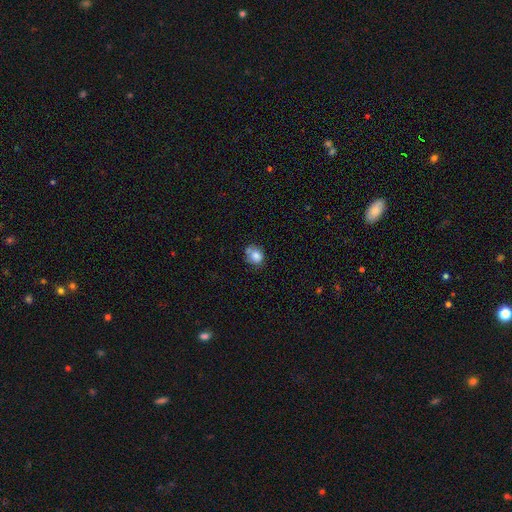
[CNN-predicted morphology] Overall: smooth (78%). How rounded: round (62%; in between 37%). Merging: none (51%; minor disturbance 27%).